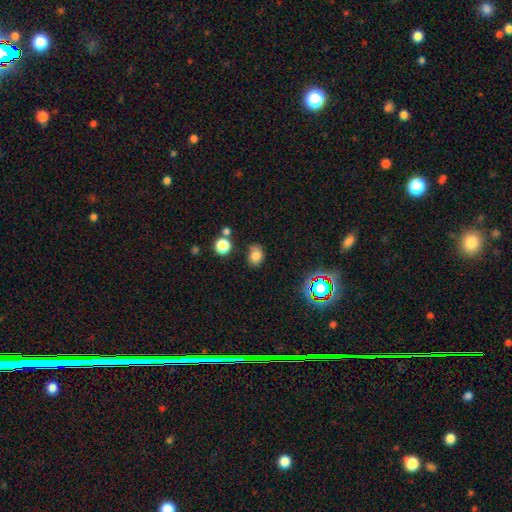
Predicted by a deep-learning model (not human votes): This is likely a smooth galaxy (78%). How rounded: likely in between (61%). Merging: likely none (64%).